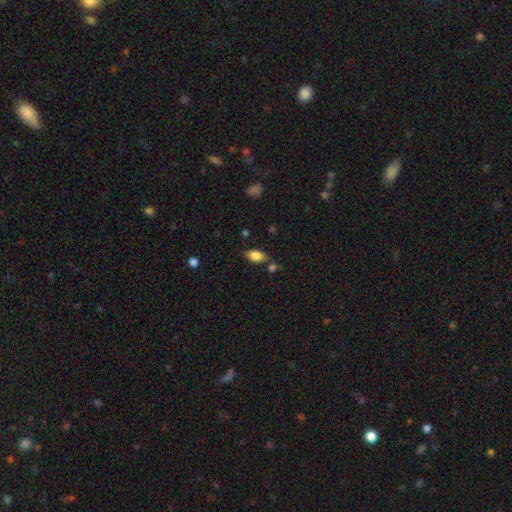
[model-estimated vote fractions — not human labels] A smooth galaxy with no disk features (82%) that is in between round and cigar-shaped (89%). Merging: none (69%).